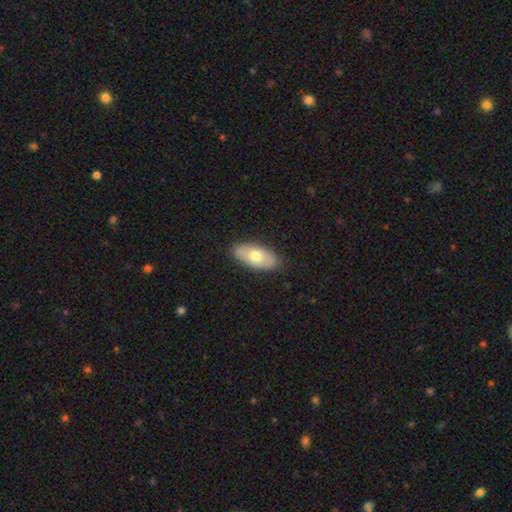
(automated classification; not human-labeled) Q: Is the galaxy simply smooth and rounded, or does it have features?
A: smooth — 67%.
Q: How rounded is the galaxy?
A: in between — 91%.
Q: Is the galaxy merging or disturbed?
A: none — 85%.